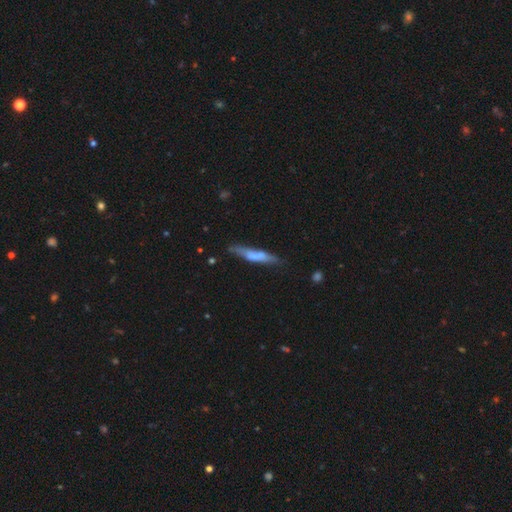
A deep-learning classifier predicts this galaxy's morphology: Smooth or featured: smooth — 60% (featured or disk — 34%)
How rounded: cigar-shaped — 88% (in between — 11%)
Merging: none — 66% (minor disturbance — 24%)